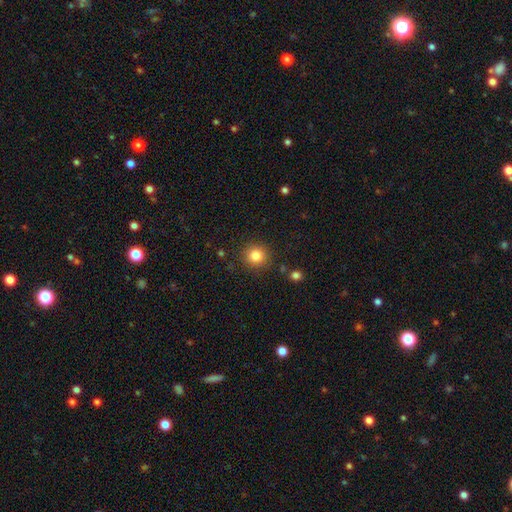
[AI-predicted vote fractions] smooth-or-featured: smooth: 84% | star or artifact: 11% | featured or disk: 5%
  how-rounded: round: 92% | in between: 7% | cigar-shaped: 1%
  merging: none: 88% | minor disturbance: 7% | major disturbance: 3% | merger: 2%